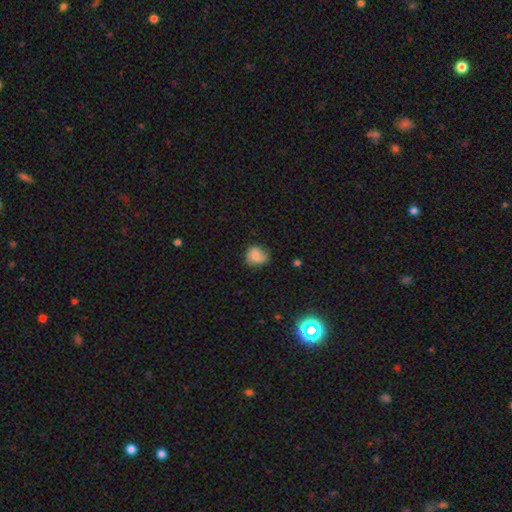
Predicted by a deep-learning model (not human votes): Smooth or featured? smooth (73%)
How rounded? round (76%)
Merging? none (64%)